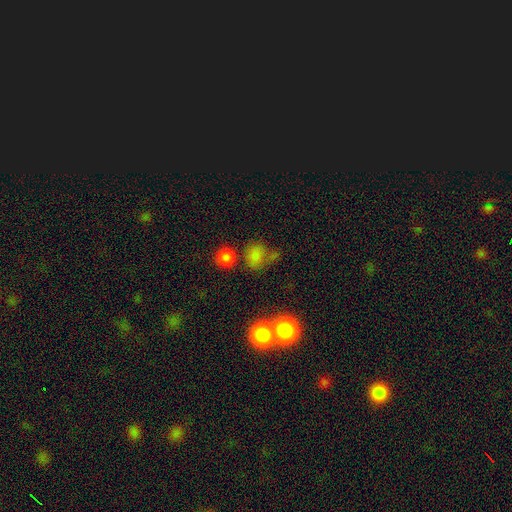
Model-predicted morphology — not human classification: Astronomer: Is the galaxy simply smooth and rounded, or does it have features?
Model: smooth — 70%.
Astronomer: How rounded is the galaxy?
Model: round — 64%.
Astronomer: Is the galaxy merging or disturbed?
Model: none — 52%.